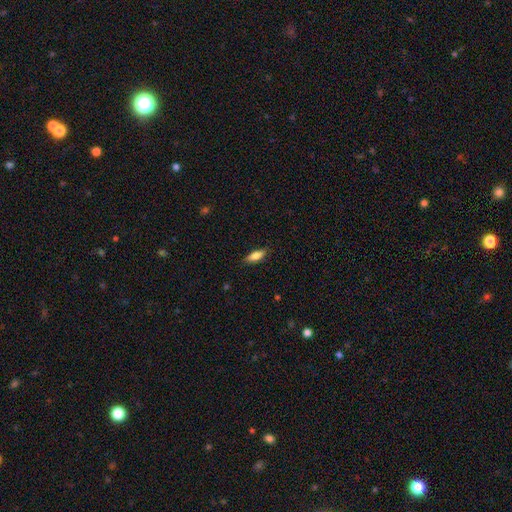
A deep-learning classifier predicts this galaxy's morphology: Smooth or featured? Predicted: smooth (p=0.79). How rounded? Predicted: in between (p=0.68). Merging? Predicted: none (p=0.85).